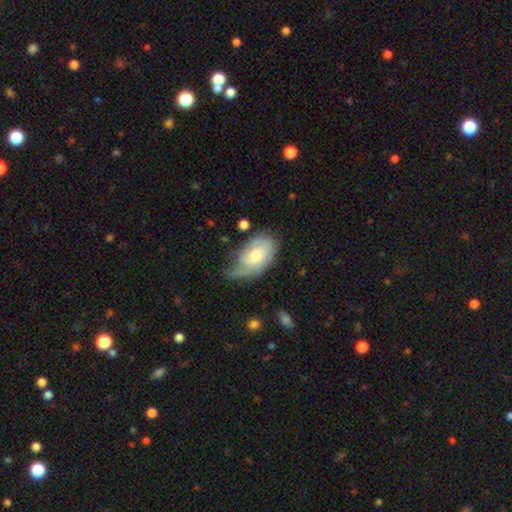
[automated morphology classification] smooth 48%, featured or disk 45%, star or artifact 6%. Down the decision tree: merging — minor disturbance (42%).